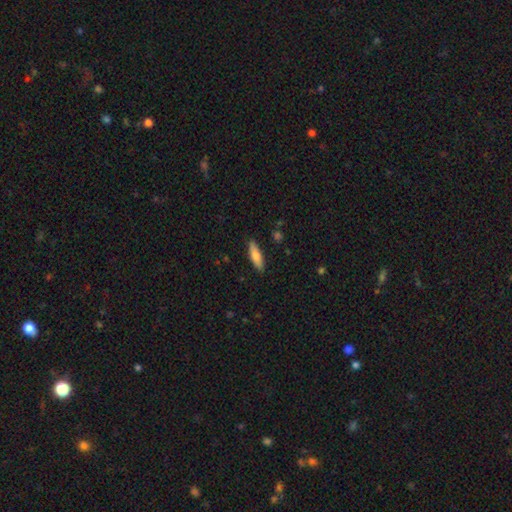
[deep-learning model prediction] smooth_or_featured: smooth (p=0.75) [alt: featured or disk p=0.19]
how_rounded: cigar-shaped (p=0.58) [alt: in between p=0.40]
merging: none (p=0.87) [alt: minor disturbance p=0.10]